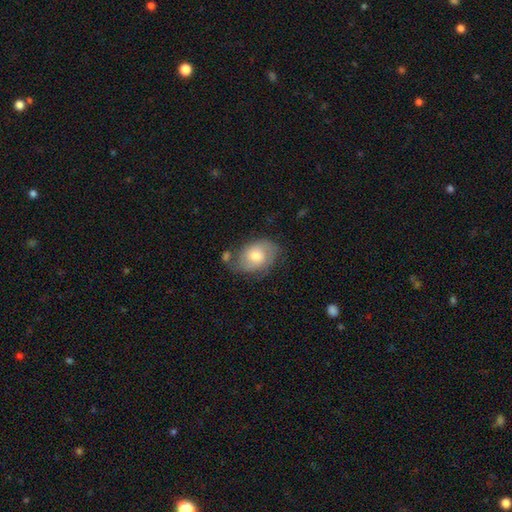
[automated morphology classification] The model was most divided on "smooth or featured": featured or disk: 53%, smooth: 40%, star or artifact: 8%. More confident: edge-on disk — no (96%); spiral arms — yes (83%); bar — no (70%); bulge size — moderate (59%); merging — none (57%).